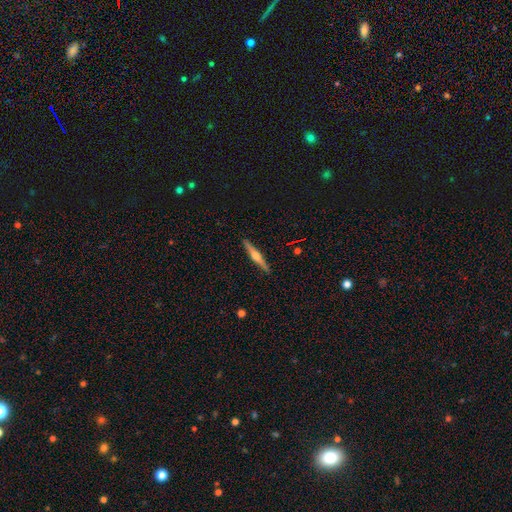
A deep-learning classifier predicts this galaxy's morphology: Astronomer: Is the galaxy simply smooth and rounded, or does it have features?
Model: featured or disk — 73%.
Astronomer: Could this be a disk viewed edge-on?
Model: yes — 98%.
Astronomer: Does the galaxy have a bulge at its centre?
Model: rounded — 88%.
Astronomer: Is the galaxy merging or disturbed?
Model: none — 92%.